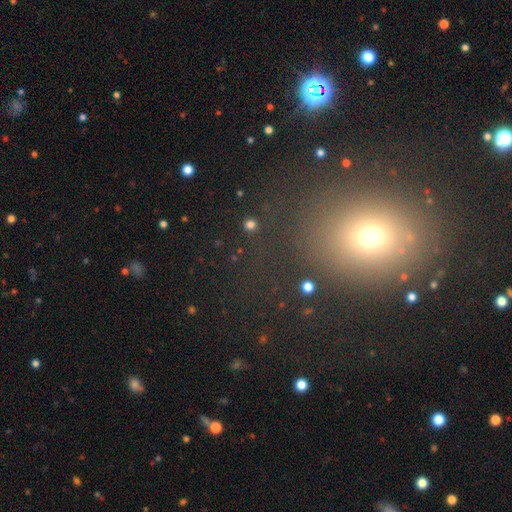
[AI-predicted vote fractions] A smooth galaxy with no disk features (57%) that is round (61%). Merging: none (81%).